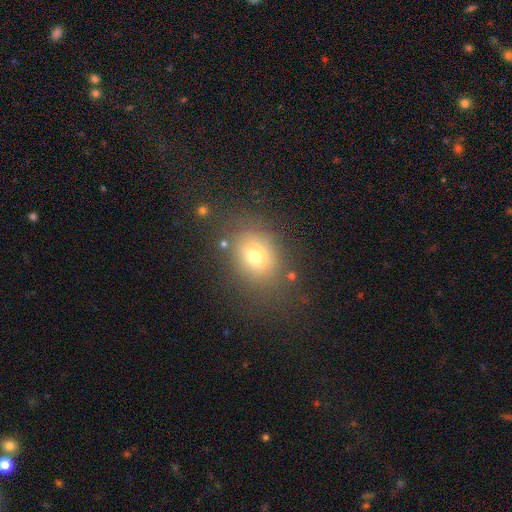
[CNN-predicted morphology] Smooth or featured? Predicted: smooth (p=0.70). How rounded? Predicted: in between (p=0.51). Merging? Predicted: none (p=0.74).